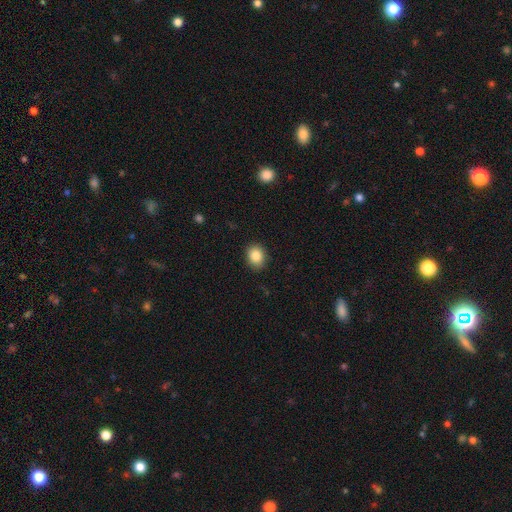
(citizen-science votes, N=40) Overall: smooth (90%). How rounded: round (56%; in between 44%). Merging: none (84%).